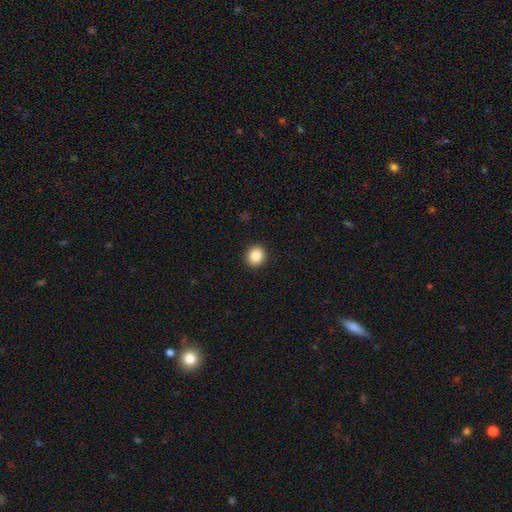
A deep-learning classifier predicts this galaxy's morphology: smooth_or_featured: smooth (p=0.87) [alt: star or artifact p=0.09]
how_rounded: round (p=0.80) [alt: in between p=0.19]
merging: none (p=0.93) [alt: minor disturbance p=0.05]